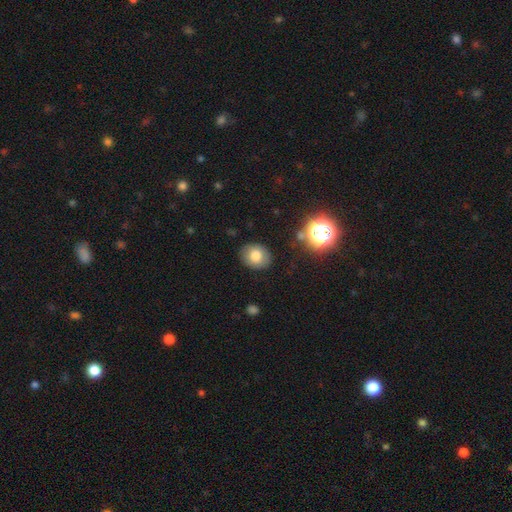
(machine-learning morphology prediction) A smooth galaxy with no disk features (77%) that is round (53%).

Vote fractions:
- Smooth or featured? smooth: 77% / featured or disk: 13% / star or artifact: 11%
- How rounded? round: 53% / in between: 46% / cigar-shaped: 1%
- Merging? none: 84% / minor disturbance: 11% / major disturbance: 3% / merger: 2%